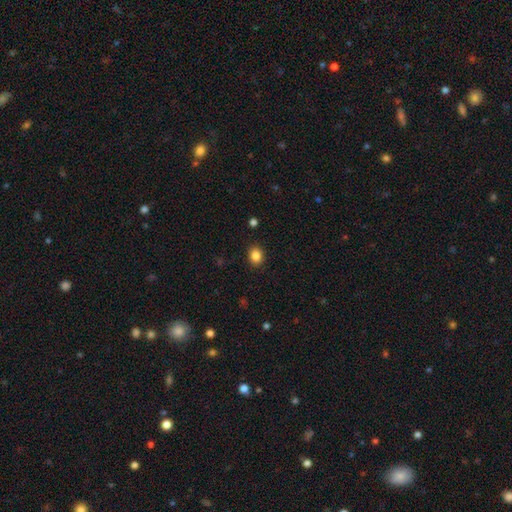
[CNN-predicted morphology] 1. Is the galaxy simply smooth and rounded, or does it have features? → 85% smooth, 11% star or artifact, 5% featured or disk.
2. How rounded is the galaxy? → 57% round, 43% in between, 1% cigar-shaped.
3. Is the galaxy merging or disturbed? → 90% none, 7% minor disturbance, 2% major disturbance, 1% merger.